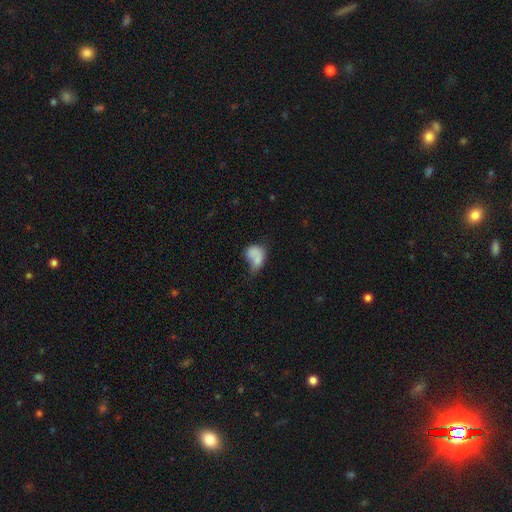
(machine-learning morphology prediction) Q: Smooth or featured?
A: smooth (72%); runner-up: featured or disk (18%)
Q: How rounded?
A: in between (70%); runner-up: round (28%)
Q: Merging?
A: merger (33%); runner-up: major disturbance (24%)